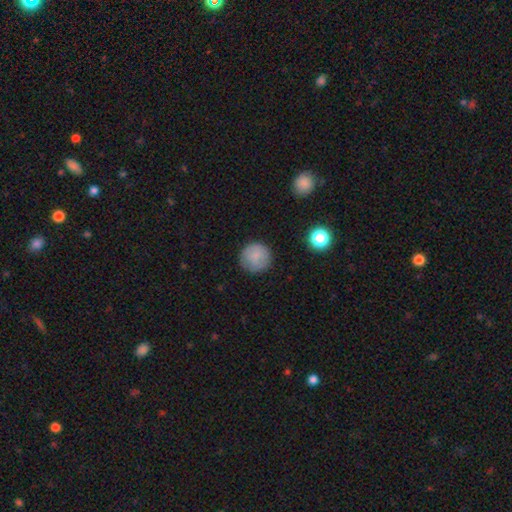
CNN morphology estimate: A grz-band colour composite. It shows a smooth galaxy with no disk features (81%) that is round (95%). Merging: none (84%).